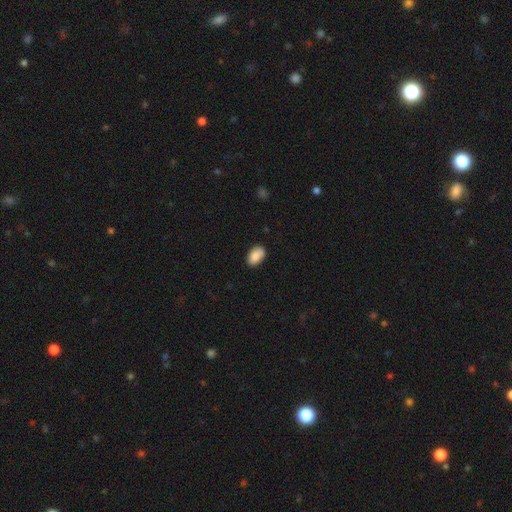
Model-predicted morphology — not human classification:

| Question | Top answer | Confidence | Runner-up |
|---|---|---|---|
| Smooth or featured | smooth | 89% | star or artifact (7%) |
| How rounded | in between | 92% | round (7%) |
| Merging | none | 83% | minor disturbance (13%) |